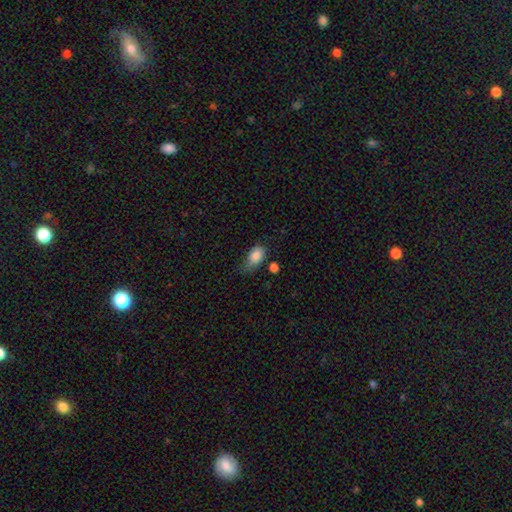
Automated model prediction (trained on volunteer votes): This appears to be a smooth galaxy with no disk features (85%) that is in between round and cigar-shaped (87%). Merging: none (40%).